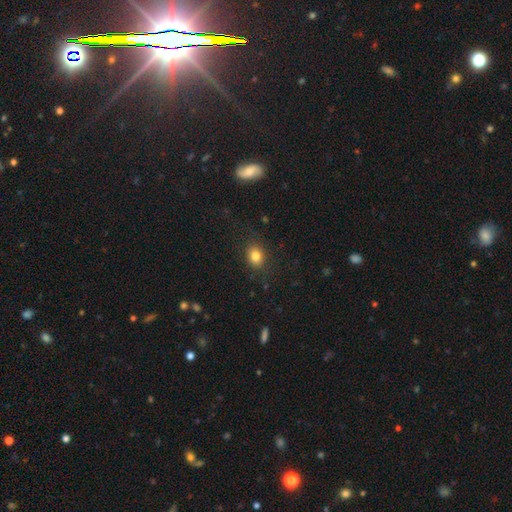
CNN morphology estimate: Smooth or featured? Predicted: smooth (p=0.83). How rounded? Predicted: in between (p=0.53). Merging? Predicted: none (p=0.86).